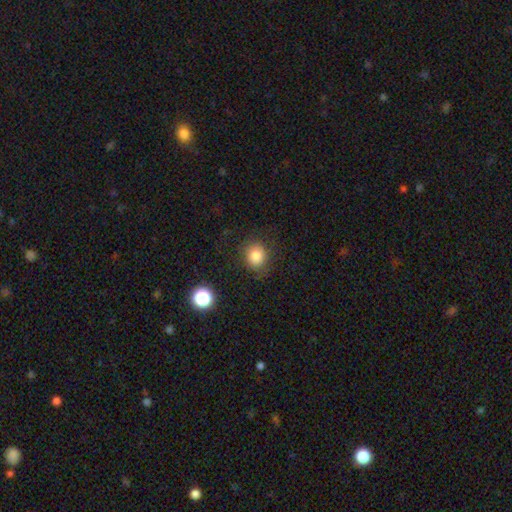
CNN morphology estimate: This appears to be a smooth galaxy with no disk features (82%) that is round (73%). Merging: none (82%).